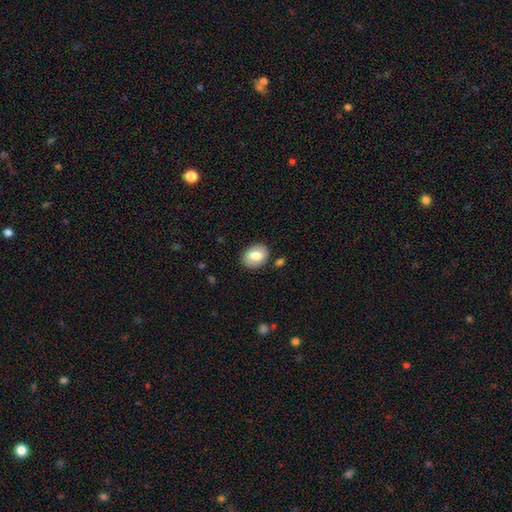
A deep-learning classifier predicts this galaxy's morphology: type=smooth (77%); roundness=in between (56%); merging=none (85%).